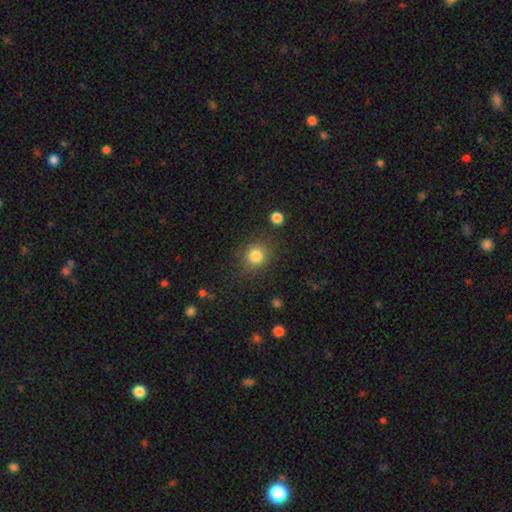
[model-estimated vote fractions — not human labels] smooth_or_featured: smooth (p=0.84) [alt: star or artifact p=0.11]
how_rounded: round (p=0.83) [alt: in between p=0.16]
merging: none (p=0.84) [alt: minor disturbance p=0.10]